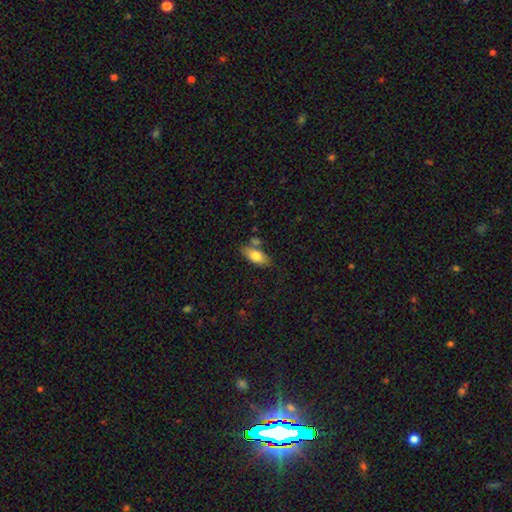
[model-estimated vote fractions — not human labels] Overall: smooth (78%). How rounded: in between (86%). Merging: none (66%).